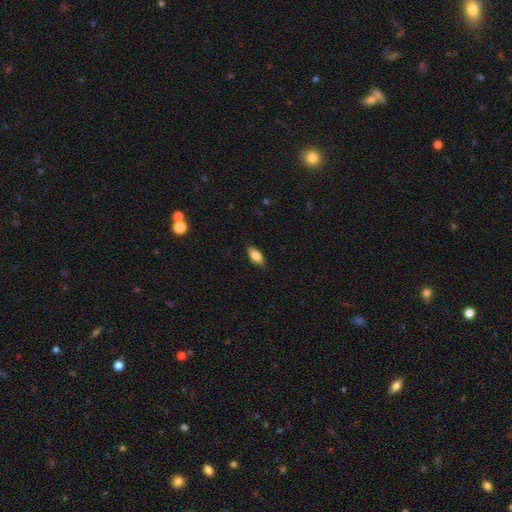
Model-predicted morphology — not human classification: smooth 81%, featured or disk 12%, star or artifact 7%. Down the decision tree: how rounded — in between (84%); merging — none (82%).